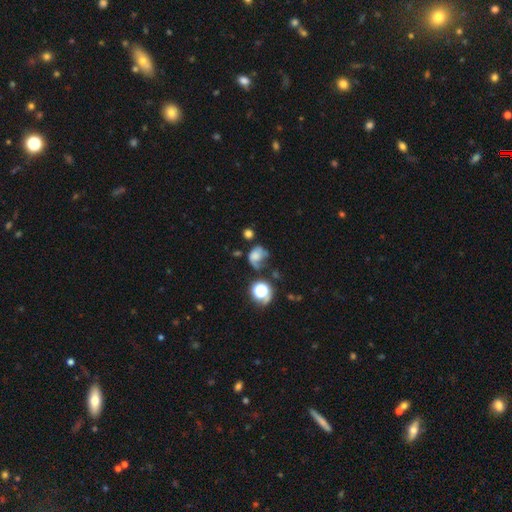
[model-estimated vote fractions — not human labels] The model was most divided on "how rounded": round: 50%, in between: 49%, cigar-shaped: 1%. Remaining: smooth or featured — smooth (52%); merging — major disturbance (33%).